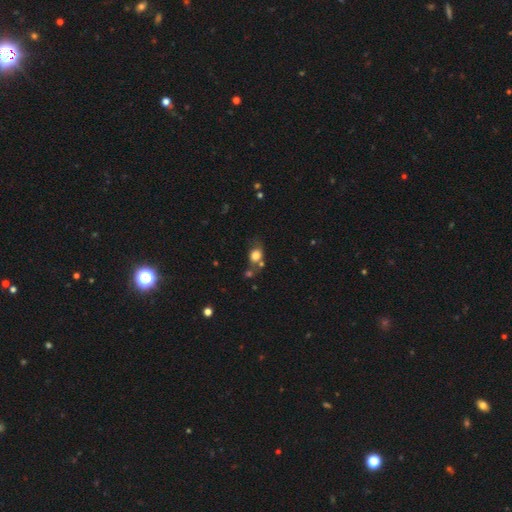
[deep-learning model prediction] A smooth galaxy with no disk features (76%) that is in between round and cigar-shaped (50%).

Vote fractions:
- Smooth or featured? smooth: 76% / featured or disk: 12% / star or artifact: 12%
- How rounded? in between: 50% / round: 48% / cigar-shaped: 2%
- Merging? none: 46% / minor disturbance: 22% / merger: 20% / major disturbance: 12%